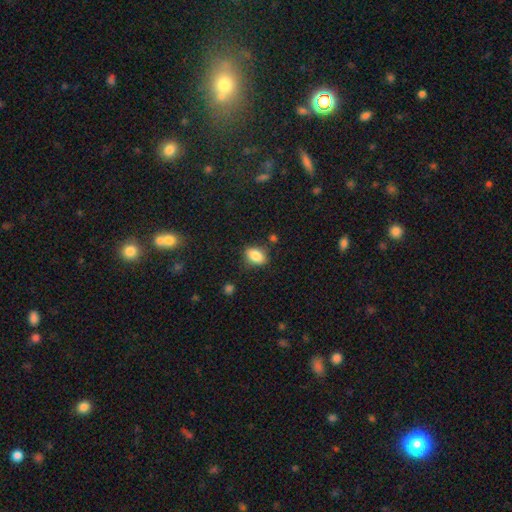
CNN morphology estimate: Overall: smooth (85%). How rounded: in between (84%). Merging: none (77%).